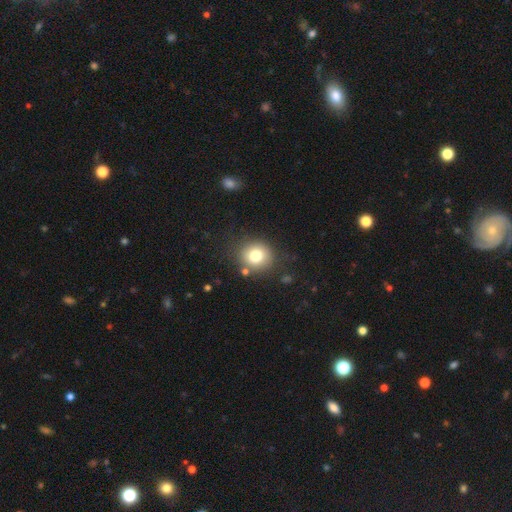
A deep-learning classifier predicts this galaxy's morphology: The model was most divided on "smooth or featured": smooth: 79%, star or artifact: 11%, featured or disk: 10%. More confident: how rounded — round (85%); merging — none (82%).